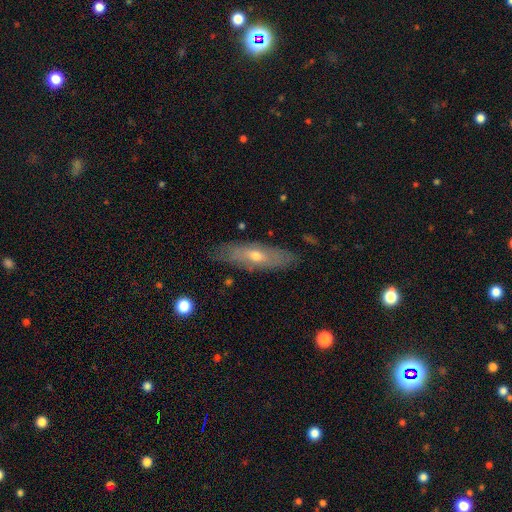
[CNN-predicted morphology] The model was most divided on "edge-on disk": yes: 52%, no: 48%. More confident: merging — none (84%); smooth or featured — featured or disk (58%).